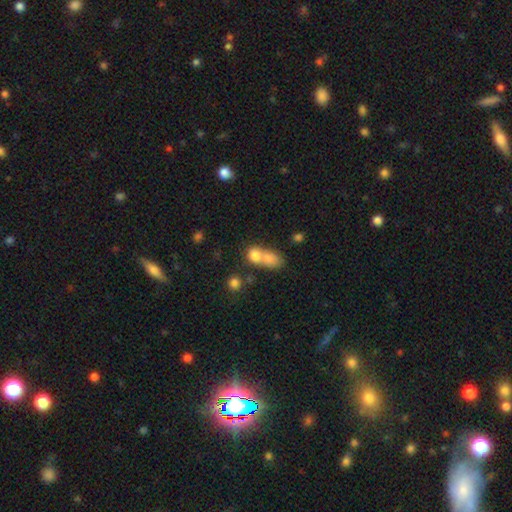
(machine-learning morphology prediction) type=smooth (76%); roundness=in between (49%); merging=merger (66%).